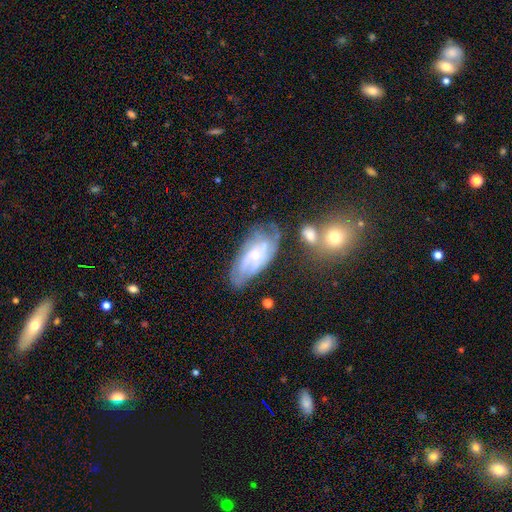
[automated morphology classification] Q: Smooth or featured?
A: featured or disk (71%); runner-up: smooth (21%)
Q: Edge-on disk?
A: no (92%); runner-up: yes (8%)
Q: Bar?
A: no (58%); runner-up: weak (34%)
Q: Spiral arms?
A: yes (79%); runner-up: no (21%)
Q: Spiral winding?
A: tight (42%); runner-up: medium (40%)
Q: Spiral arm count?
A: can't tell (44%); runner-up: 2 (24%)
Q: Bulge size?
A: small (61%); runner-up: moderate (25%)
Q: Merging?
A: none (50%); runner-up: minor disturbance (24%)